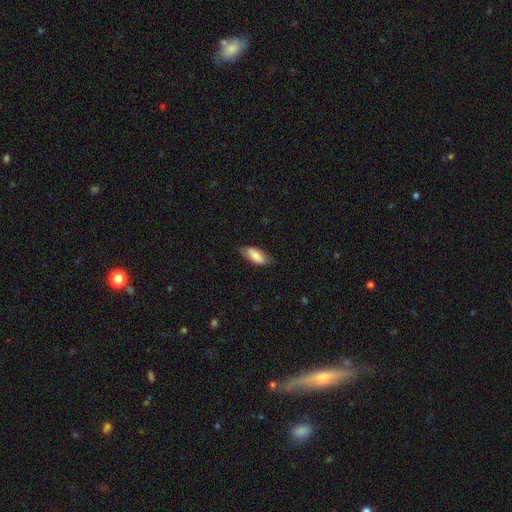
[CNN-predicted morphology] Q: Smooth or featured?
A: smooth (77%); runner-up: featured or disk (17%)
Q: How rounded?
A: in between (81%); runner-up: cigar-shaped (17%)
Q: Merging?
A: none (73%); runner-up: minor disturbance (21%)